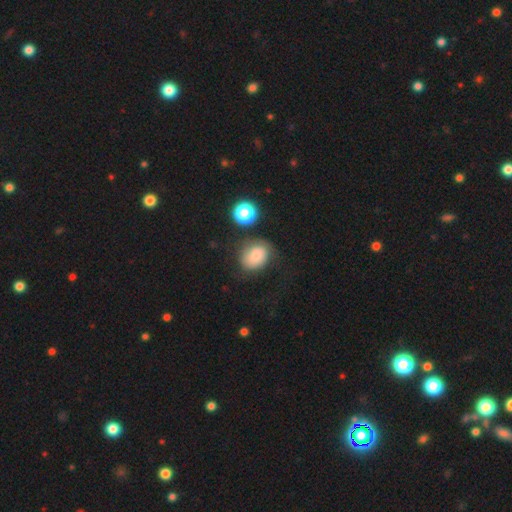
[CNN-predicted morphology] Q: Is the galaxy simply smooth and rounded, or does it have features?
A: smooth — 72%.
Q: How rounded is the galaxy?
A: in between — 51%.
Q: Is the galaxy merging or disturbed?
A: none — 56%.